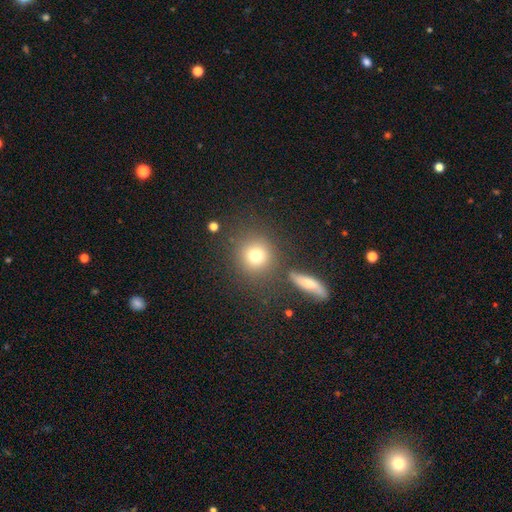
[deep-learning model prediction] Smooth or featured: smooth — 77% (star or artifact — 12%)
How rounded: round — 88% (in between — 11%)
Merging: none — 78% (minor disturbance — 9%)